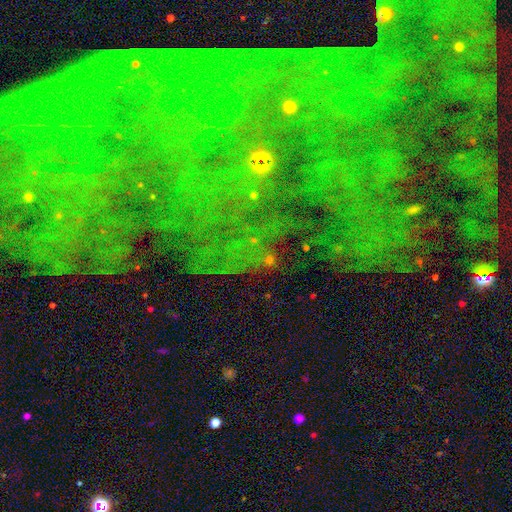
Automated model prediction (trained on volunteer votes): This is likely a star or artifact rather than a galaxy (76%).